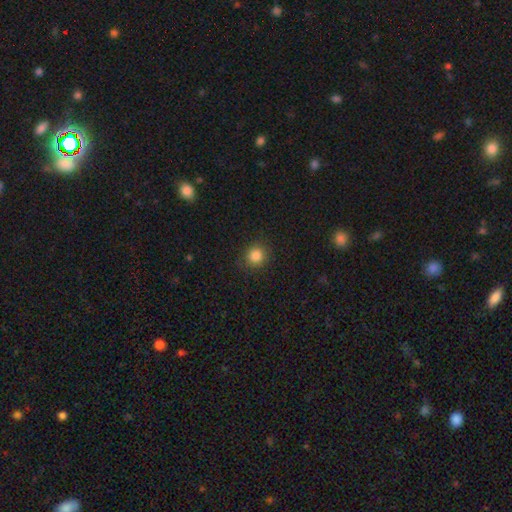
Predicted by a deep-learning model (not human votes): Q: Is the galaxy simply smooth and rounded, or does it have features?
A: smooth — 85%.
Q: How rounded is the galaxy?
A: round — 88%.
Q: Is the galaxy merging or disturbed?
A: none — 87%.